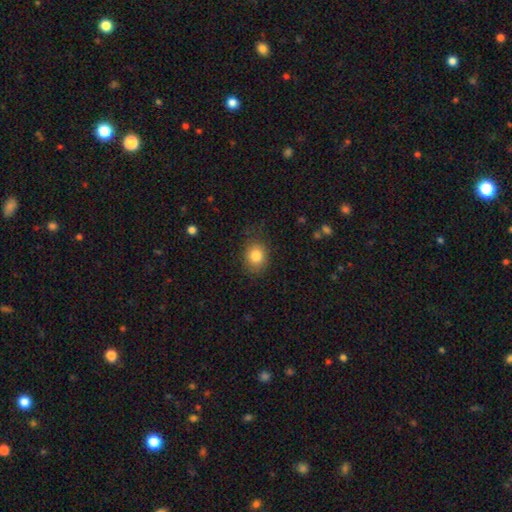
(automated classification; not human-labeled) Q: Smooth or featured?
A: smooth (82%); runner-up: star or artifact (10%)
Q: How rounded?
A: round (62%); runner-up: in between (37%)
Q: Merging?
A: none (79%); runner-up: minor disturbance (16%)